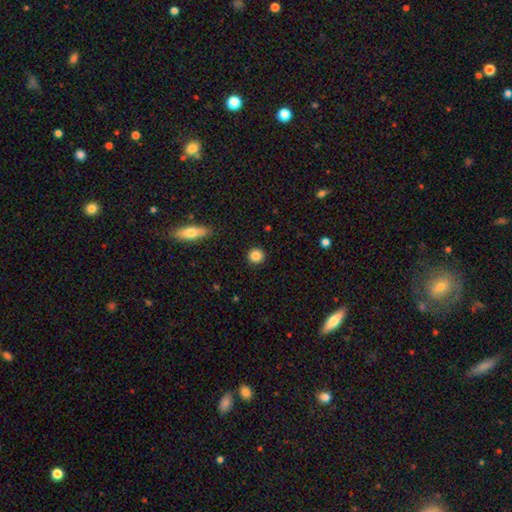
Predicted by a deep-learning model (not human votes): The model was most divided on "smooth or featured": smooth: 87%, star or artifact: 9%, featured or disk: 4%. More confident: how rounded — round (93%); merging — none (91%).